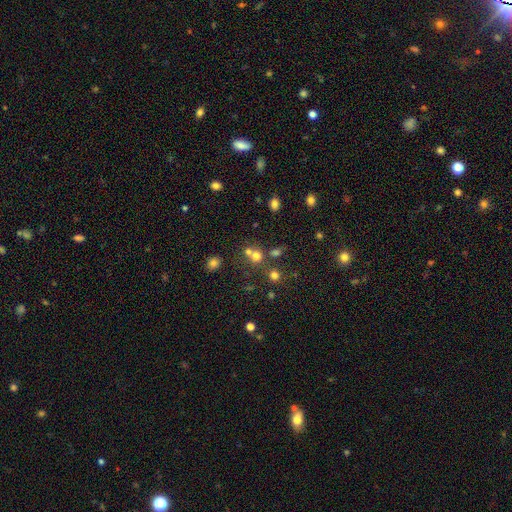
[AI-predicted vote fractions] Smooth or featured?
  - smooth: 64% *
  - star or artifact: 23%
  - featured or disk: 12%
How rounded?
  - round: 82% *
  - in between: 17%
  - cigar-shaped: 1%
Merging?
  - none: 50% *
  - merger: 38%
  - minor disturbance: 8%
  - major disturbance: 4%